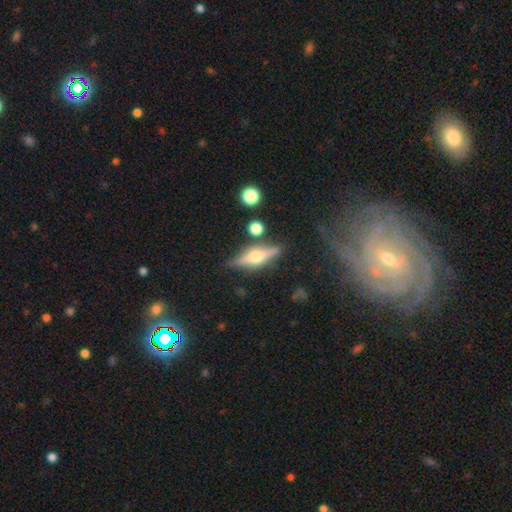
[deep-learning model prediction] This is likely a featured or disk galaxy (69%). It is clearly viewed edge-on (95%). Edge-on bulge: clearly rounded (92%). Merging: clearly none (81%).